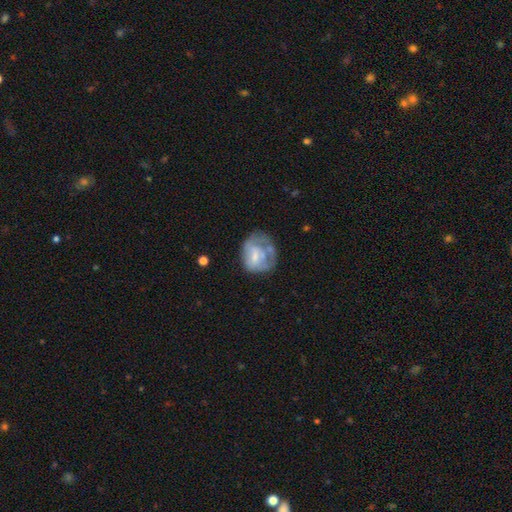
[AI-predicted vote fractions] smooth-or-featured: featured or disk: 51% | smooth: 42% | star or artifact: 8%
  disk-edge-on: no: 98% | yes: 2%
  merging: none: 36% | major disturbance: 32% | minor disturbance: 26% | merger: 5%